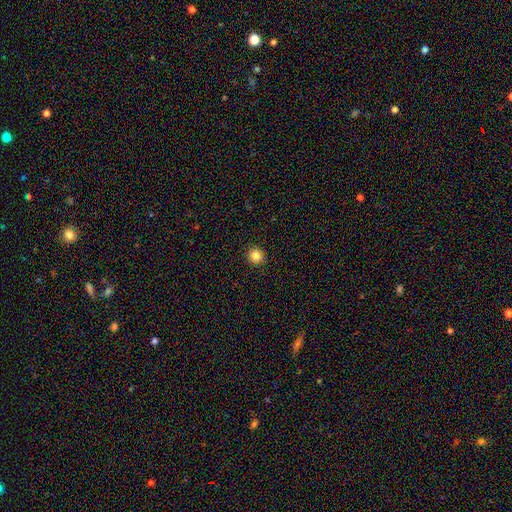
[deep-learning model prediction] smooth-or-featured: smooth: 84% | star or artifact: 11% | featured or disk: 4%
  how-rounded: round: 93% | in between: 6% | cigar-shaped: 1%
  merging: none: 93% | minor disturbance: 4% | major disturbance: 2% | merger: 1%